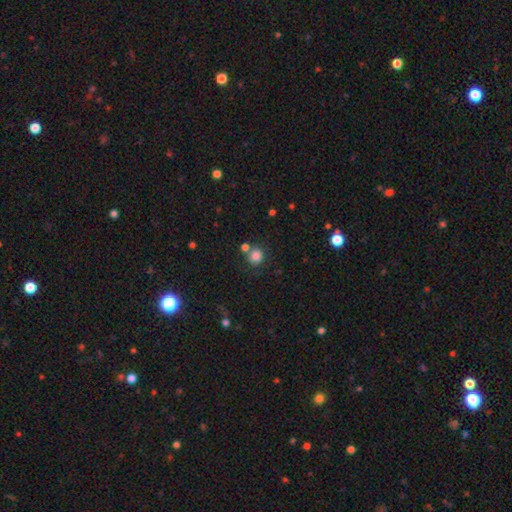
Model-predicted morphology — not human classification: type=smooth (83%); roundness=round (83%); merging=none (64%).